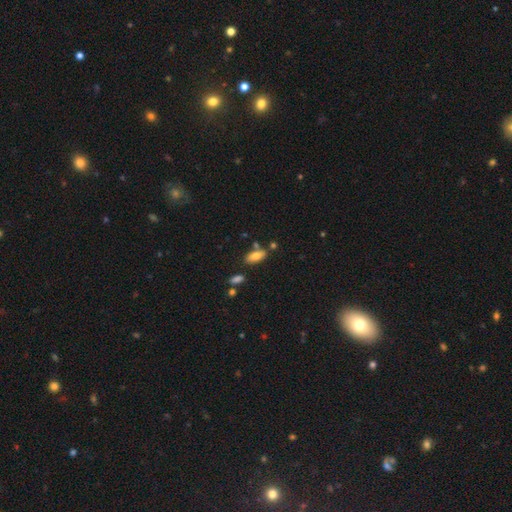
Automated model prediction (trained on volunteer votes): Smooth or featured?
  - smooth: 78% *
  - featured or disk: 14%
  - star or artifact: 8%
How rounded?
  - in between: 83% *
  - cigar-shaped: 15%
  - round: 3%
Merging?
  - none: 70% *
  - minor disturbance: 15%
  - merger: 12%
  - major disturbance: 4%